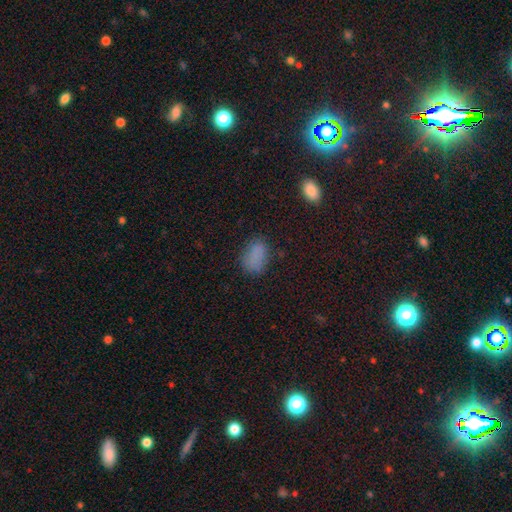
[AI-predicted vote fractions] Q: Smooth or featured?
A: smooth (81%); runner-up: star or artifact (13%)
Q: How rounded?
A: in between (84%); runner-up: round (14%)
Q: Merging?
A: none (72%); runner-up: minor disturbance (19%)